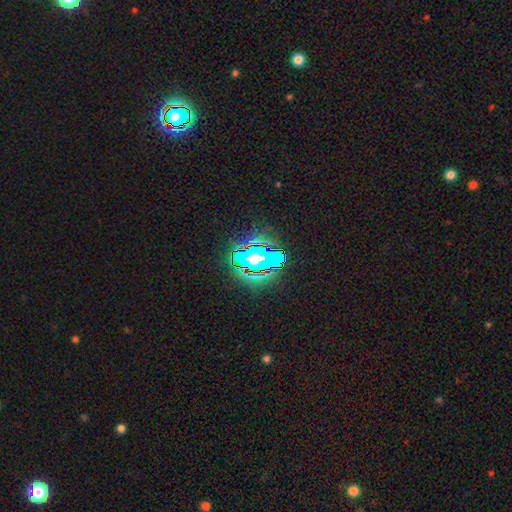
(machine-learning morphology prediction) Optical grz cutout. It shows a star or artifact, not a galaxy (62%).